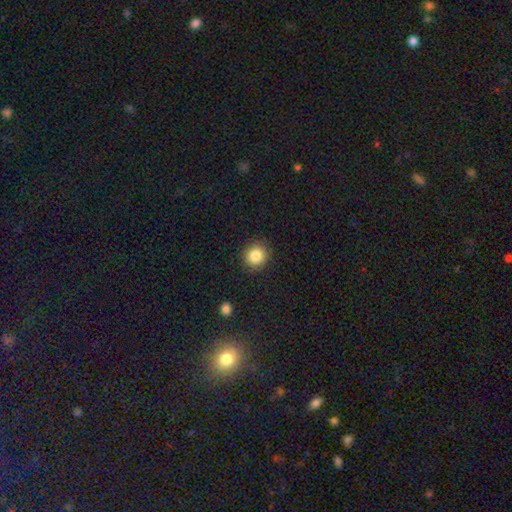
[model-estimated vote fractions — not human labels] A smooth galaxy with no disk features (84%) that is round (89%).

Vote fractions:
- Smooth or featured? smooth: 84% / star or artifact: 10% / featured or disk: 6%
- How rounded? round: 89% / in between: 10% / cigar-shaped: 1%
- Merging? none: 91% / minor disturbance: 6% / major disturbance: 2% / merger: 1%